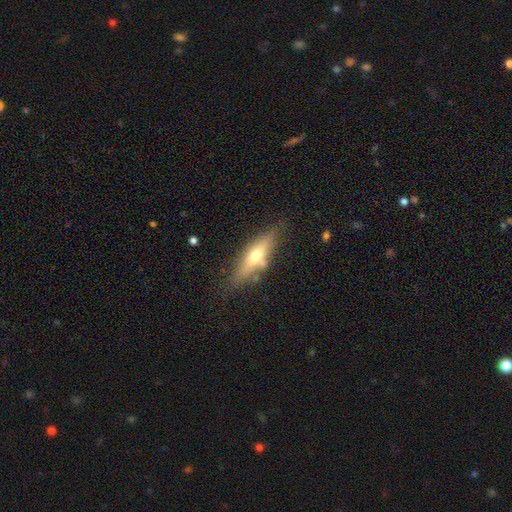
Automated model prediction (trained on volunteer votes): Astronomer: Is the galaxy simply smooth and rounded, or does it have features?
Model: featured or disk — 49% (runner-up: smooth, 44%).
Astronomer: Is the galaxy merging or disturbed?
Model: none — 75%.